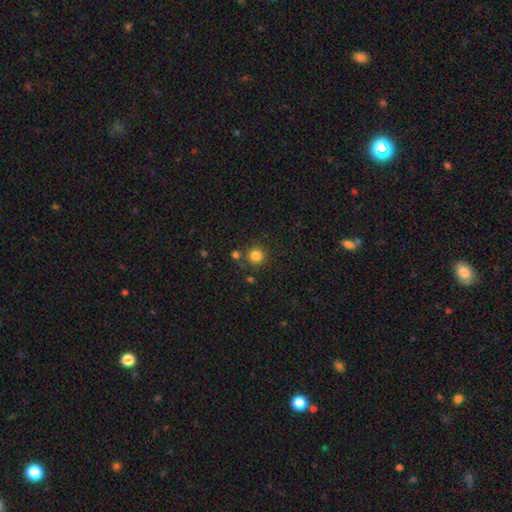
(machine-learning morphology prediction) Smooth or featured?
  - smooth: 83% *
  - star or artifact: 12%
  - featured or disk: 5%
How rounded?
  - round: 94% *
  - in between: 5%
  - cigar-shaped: 1%
Merging?
  - none: 82% *
  - merger: 8%
  - minor disturbance: 8%
  - major disturbance: 3%